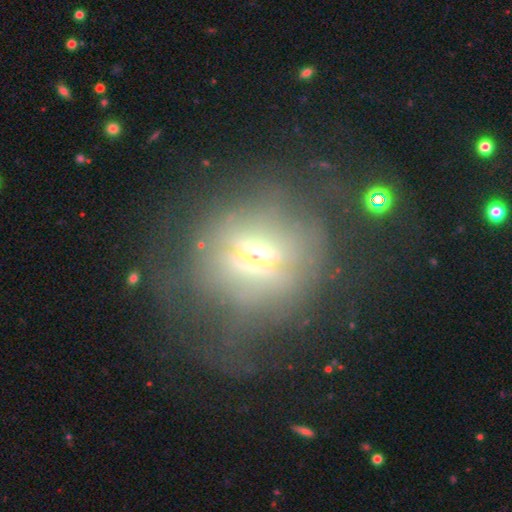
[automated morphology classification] Q: Smooth or featured?
A: featured or disk (52%); runner-up: smooth (30%)
Q: Edge-on disk?
A: no (58%); runner-up: yes (42%)
Q: Merging?
A: none (53%); runner-up: major disturbance (27%)